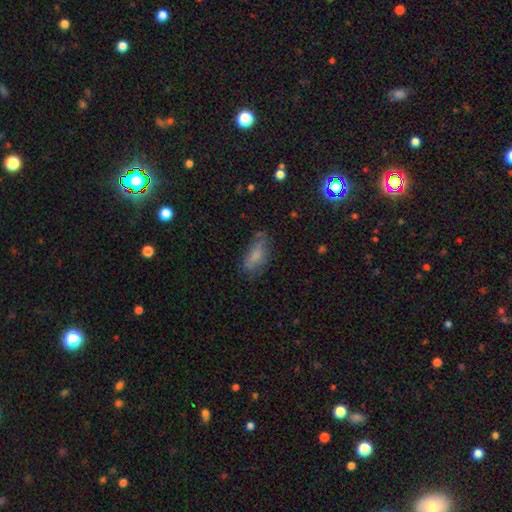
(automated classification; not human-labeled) smooth_or_featured: smooth (p=0.73) [alt: featured or disk p=0.18]
how_rounded: in between (p=0.79) [alt: cigar-shaped p=0.18]
merging: none (p=0.59) [alt: minor disturbance p=0.28]